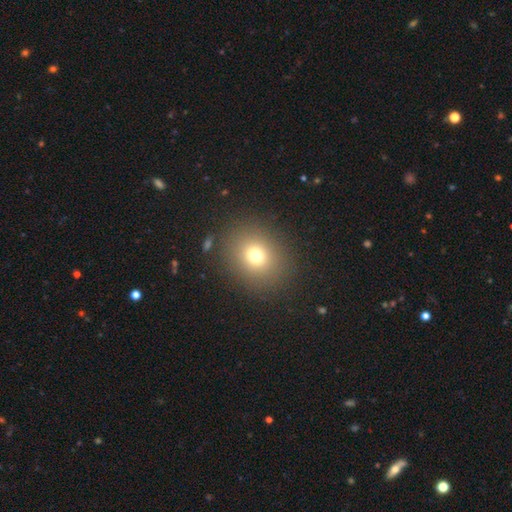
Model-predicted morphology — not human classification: Smooth or featured: smooth — 73% (star or artifact — 17%)
How rounded: round — 70% (in between — 30%)
Merging: none — 86% (minor disturbance — 8%)